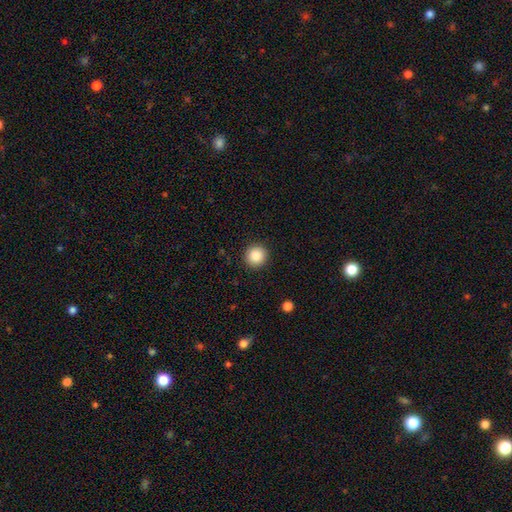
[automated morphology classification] A smooth galaxy with no disk features (84%) that is round (95%).

Vote fractions:
- Smooth or featured? smooth: 84% / star or artifact: 10% / featured or disk: 6%
- How rounded? round: 95% / in between: 4% / cigar-shaped: 1%
- Merging? none: 92% / minor disturbance: 5% / major disturbance: 2% / merger: 1%